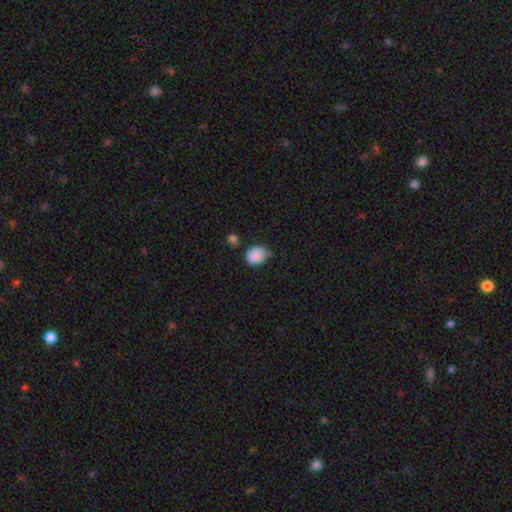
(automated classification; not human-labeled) The model was most divided on "merging": none: 48%, minor disturbance: 38%, major disturbance: 8%, merger: 6%. More confident: smooth or featured — smooth (86%); how rounded — round (58%).